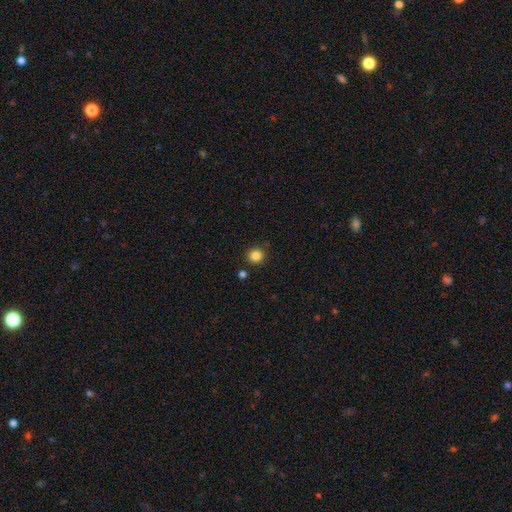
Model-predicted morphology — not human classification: This appears to be a smooth galaxy with no disk features (85%) that is round (92%). Merging: none (88%).